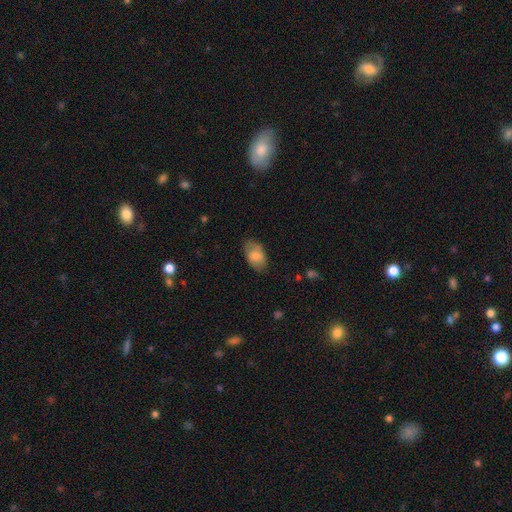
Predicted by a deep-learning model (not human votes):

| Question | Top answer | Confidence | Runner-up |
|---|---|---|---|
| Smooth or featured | smooth | 77% | featured or disk (16%) |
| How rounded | in between | 93% | round (5%) |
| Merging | none | 77% | minor disturbance (18%) |